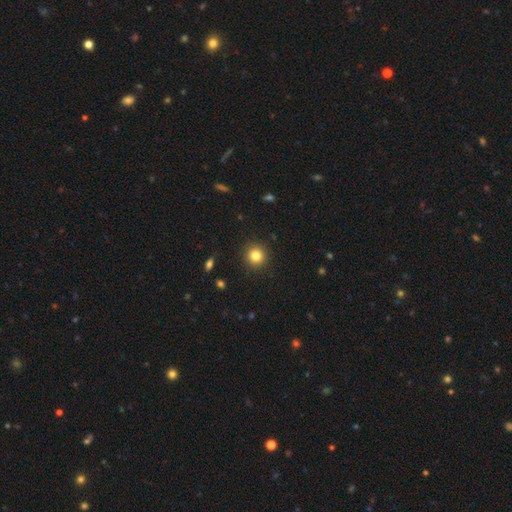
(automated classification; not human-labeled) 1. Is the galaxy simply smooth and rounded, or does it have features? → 83% smooth, 11% star or artifact, 6% featured or disk.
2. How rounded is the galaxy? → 94% round, 5% in between, 1% cigar-shaped.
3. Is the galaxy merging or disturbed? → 91% none, 6% minor disturbance, 2% major disturbance, 1% merger.